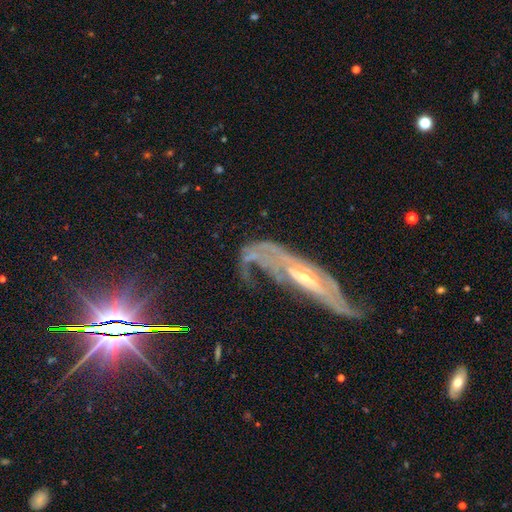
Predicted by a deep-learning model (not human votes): This appears to be a featured or disk galaxy (76%) with no bar (45%), spiral arms (77%) and a small central bulge (68%). Merging: none (39%).